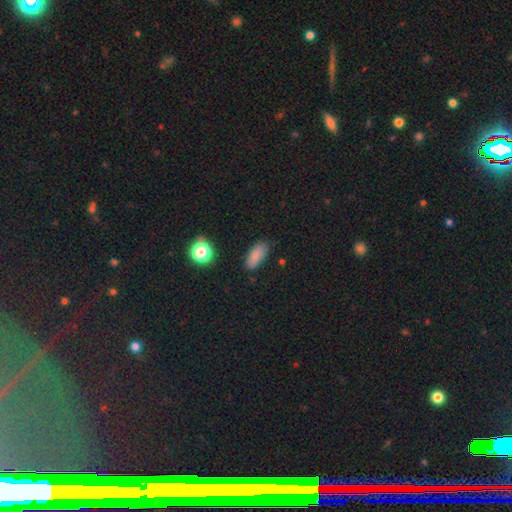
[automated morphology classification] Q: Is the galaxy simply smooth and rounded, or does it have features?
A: smooth — 83%.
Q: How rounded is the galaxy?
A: in between — 82%.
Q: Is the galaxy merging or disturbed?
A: none — 79%.